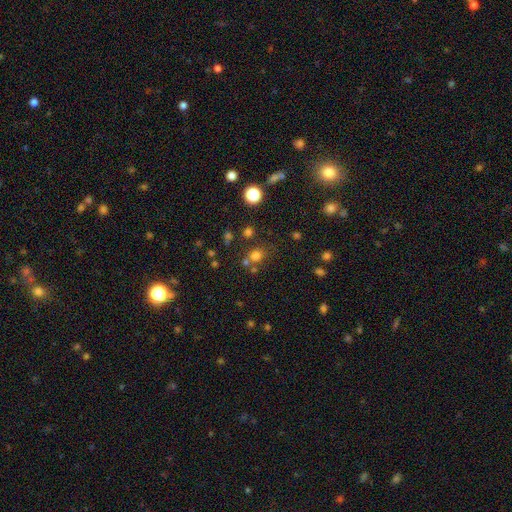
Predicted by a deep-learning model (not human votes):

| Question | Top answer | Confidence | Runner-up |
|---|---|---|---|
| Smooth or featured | smooth | 70% | star or artifact (22%) |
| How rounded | round | 81% | in between (18%) |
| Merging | none | 67% | merger (18%) |